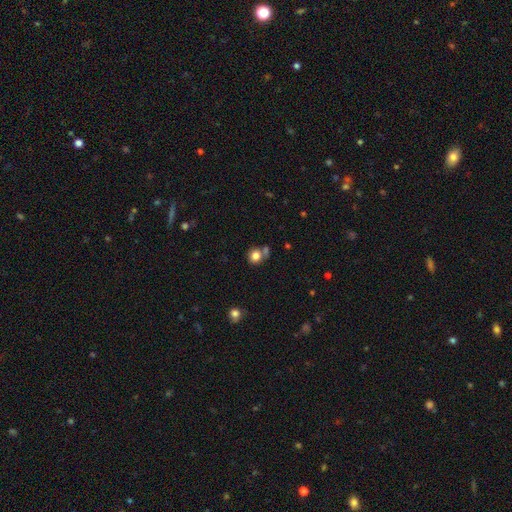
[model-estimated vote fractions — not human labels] Overall: smooth (81%). How rounded: round (83%). Merging: none (63%).